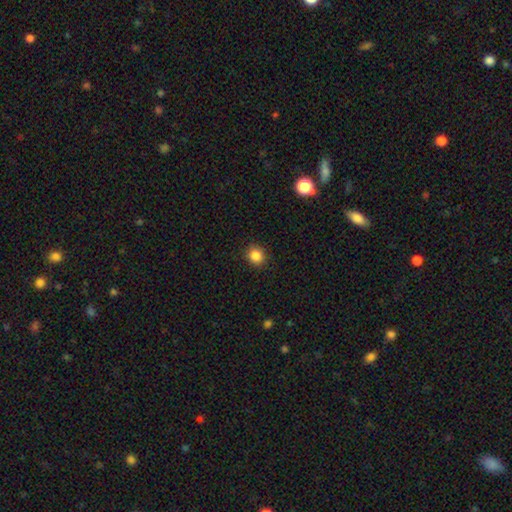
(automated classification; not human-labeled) This appears to be a smooth galaxy with no disk features (86%) that is round (82%). Merging: none (91%).